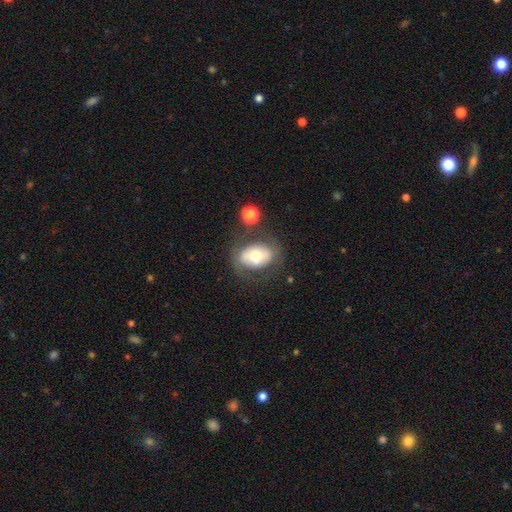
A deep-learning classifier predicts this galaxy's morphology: A smooth galaxy with no disk features (50%).

Vote fractions:
- Smooth or featured? smooth: 50% / featured or disk: 42% / star or artifact: 8%
- Merging? none: 65% / minor disturbance: 17% / major disturbance: 11% / merger: 8%